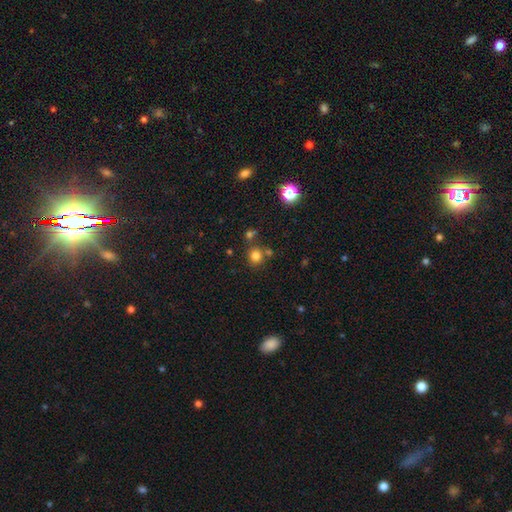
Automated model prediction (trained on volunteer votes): smooth-or-featured: smooth: 78% | star or artifact: 16% | featured or disk: 6%
  how-rounded: round: 87% | in between: 12% | cigar-shaped: 1%
  merging: none: 72% | merger: 15% | minor disturbance: 9% | major disturbance: 4%